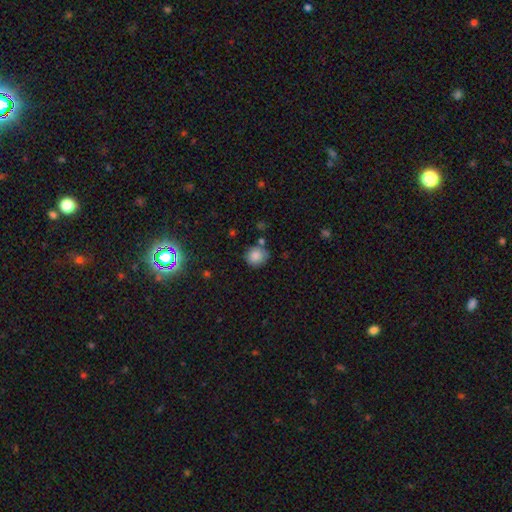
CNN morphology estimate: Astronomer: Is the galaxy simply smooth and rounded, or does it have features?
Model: smooth — 84%.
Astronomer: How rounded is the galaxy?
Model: round — 84%.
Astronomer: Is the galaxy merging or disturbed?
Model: none — 72%.